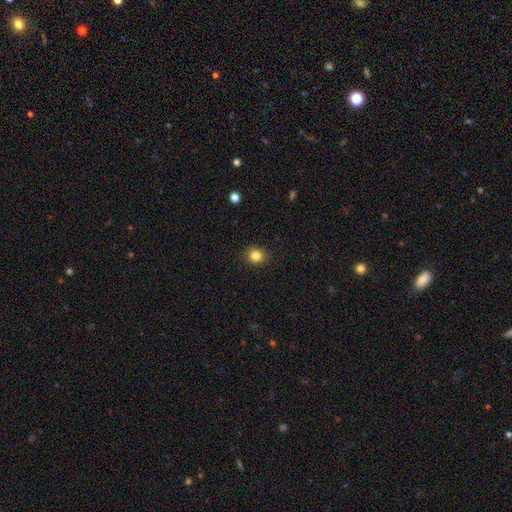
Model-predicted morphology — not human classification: This is clearly a smooth galaxy (84%). How rounded: likely round (73%). Merging: clearly none (89%).